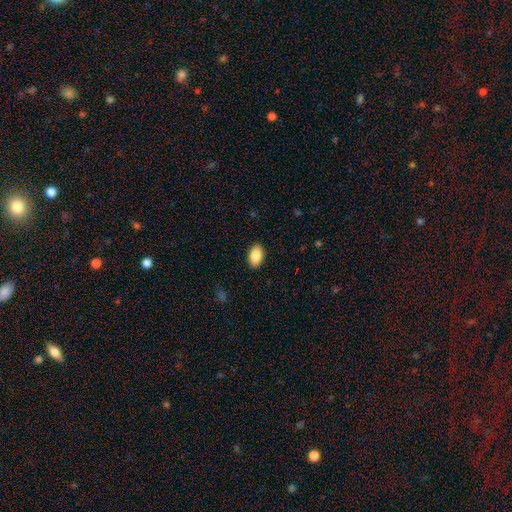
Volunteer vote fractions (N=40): Smooth or featured: smooth — 82% (star or artifact — 10%)
How rounded: in between — 88% (round — 12%)
Merging: none — 94% (minor disturbance — 6%)